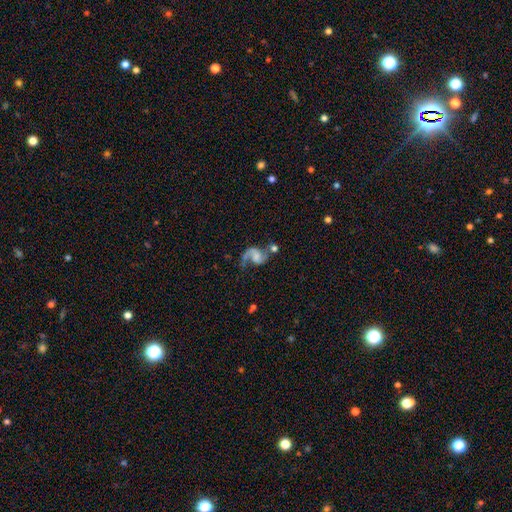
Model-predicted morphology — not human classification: type=featured or disk (78%); edge-on=no (98%); bar=no (56%); spiral arms=yes (93%); winding=loose (60%); arm count=2 (71%); bulge=none (37%); merging=none (38%).